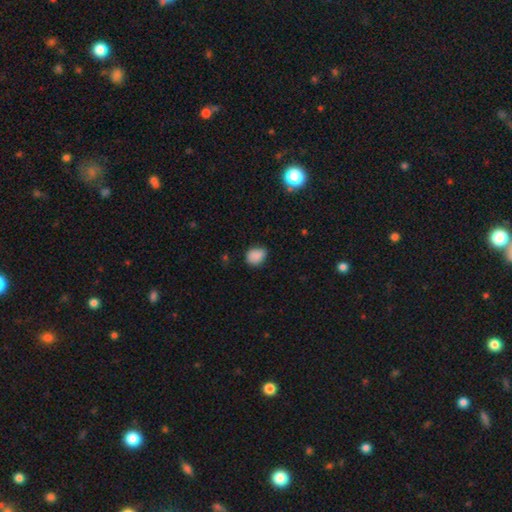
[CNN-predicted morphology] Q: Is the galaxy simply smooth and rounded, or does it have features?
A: smooth — 86%.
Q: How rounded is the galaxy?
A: in between — 52%.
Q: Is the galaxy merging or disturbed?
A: none — 74%.